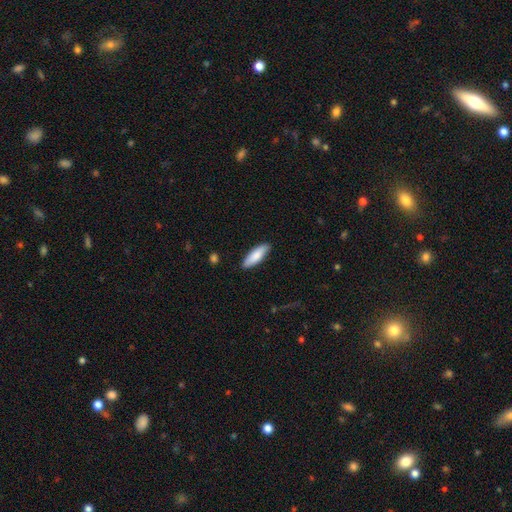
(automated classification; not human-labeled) Overall: smooth (83%). How rounded: in between (51%; cigar-shaped 47%). Merging: none (87%).